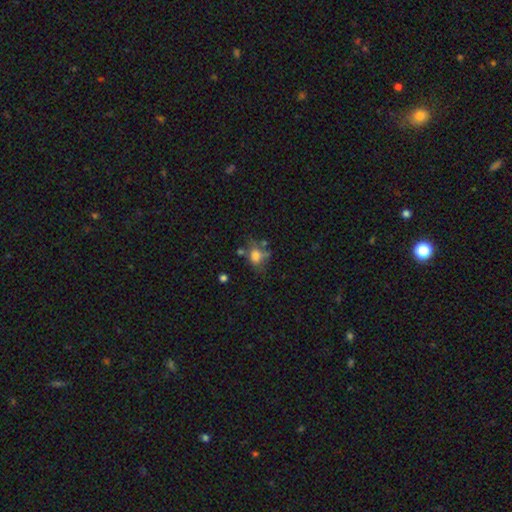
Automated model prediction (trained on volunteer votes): Smooth or featured? Predicted: smooth (p=0.69). How rounded? Predicted: in between (p=0.59). Merging? Predicted: none (p=0.41).